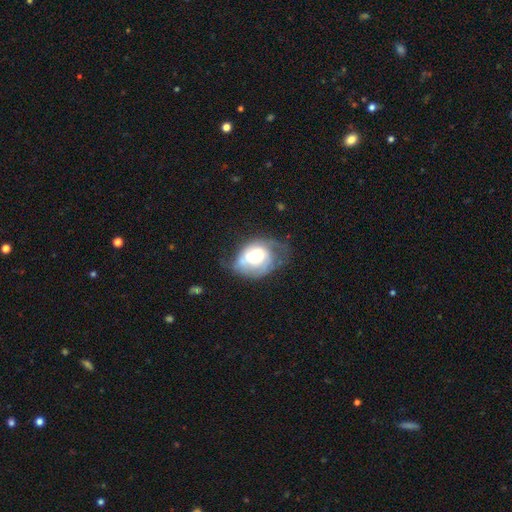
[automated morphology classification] featured or disk 58%, smooth 33%, star or artifact 8%. Down the decision tree: edge-on disk — no (96%); bar — no (64%); spiral arms — yes (71%); bulge size — large (43%); merging — none (33%, tied with minor disturbance).